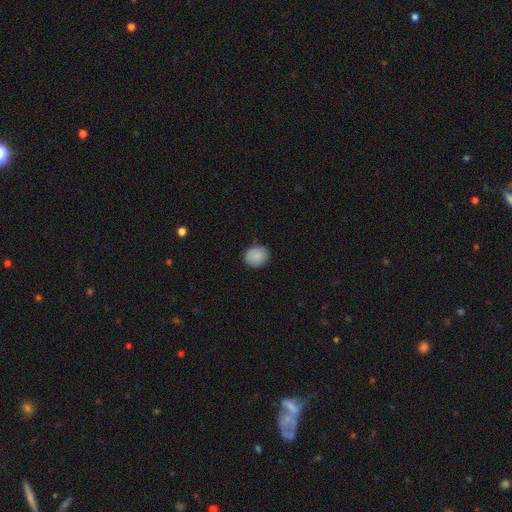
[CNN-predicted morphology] smooth-or-featured: smooth: 88% | star or artifact: 7% | featured or disk: 5%
  how-rounded: round: 71% | in between: 28% | cigar-shaped: 1%
  merging: none: 83% | minor disturbance: 13% | major disturbance: 2% | merger: 1%